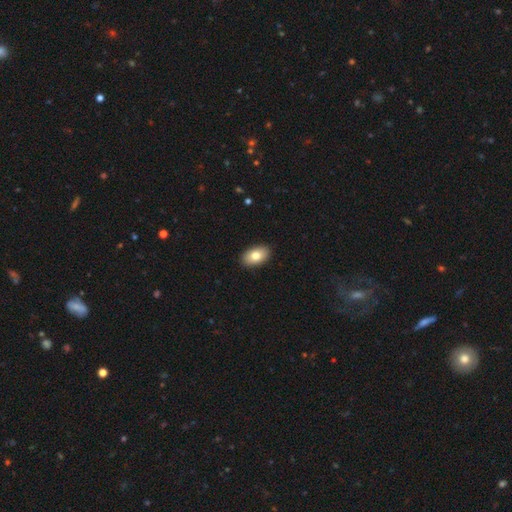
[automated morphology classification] Smooth or featured? Predicted: smooth (p=0.80). How rounded? Predicted: in between (p=0.92). Merging? Predicted: none (p=0.90).